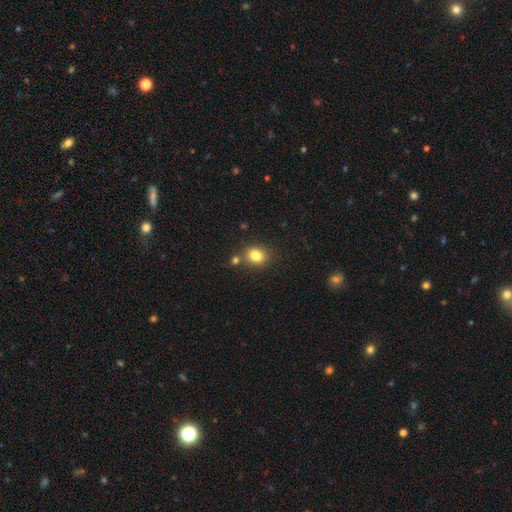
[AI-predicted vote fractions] Q: Smooth or featured?
A: smooth (82%); runner-up: star or artifact (11%)
Q: How rounded?
A: round (61%); runner-up: in between (38%)
Q: Merging?
A: none (72%); runner-up: merger (13%)